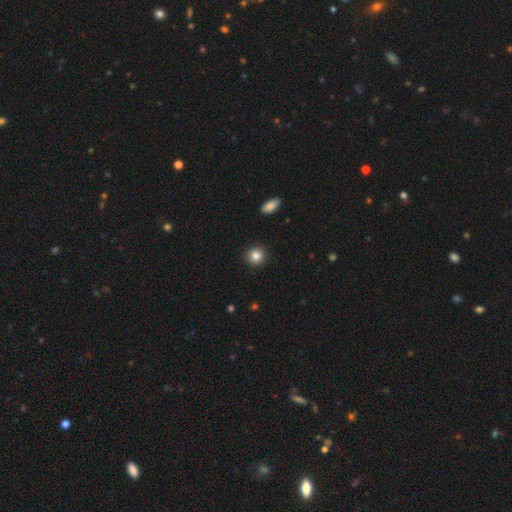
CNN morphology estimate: This appears to be a smooth galaxy with no disk features (84%) that is round (90%). Merging: none (91%).